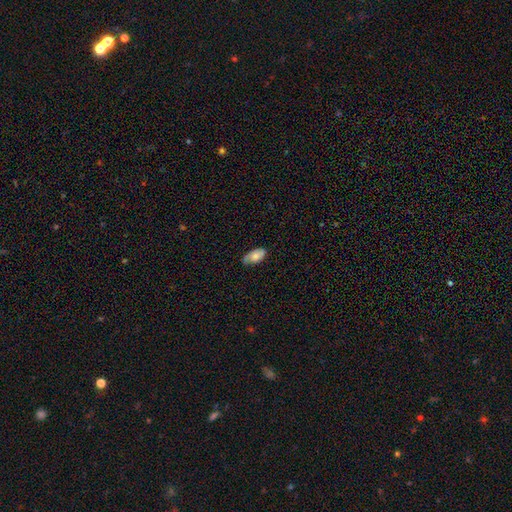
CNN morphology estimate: smooth 70%, featured or disk 24%, star or artifact 7%. Down the decision tree: how rounded — in between (93%); merging — none (69%).